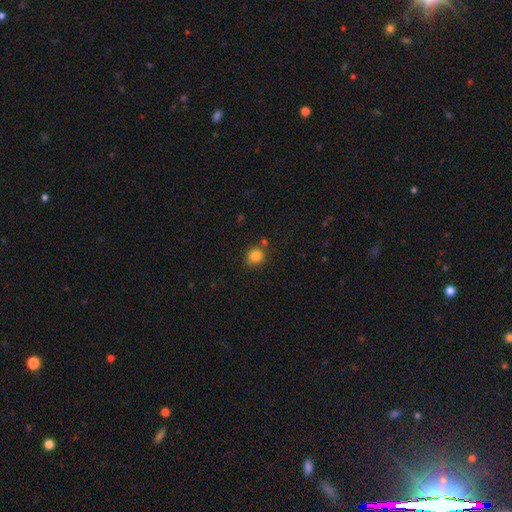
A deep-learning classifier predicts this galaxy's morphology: Smooth or featured? smooth (85%)
How rounded? round (83%)
Merging? none (75%)